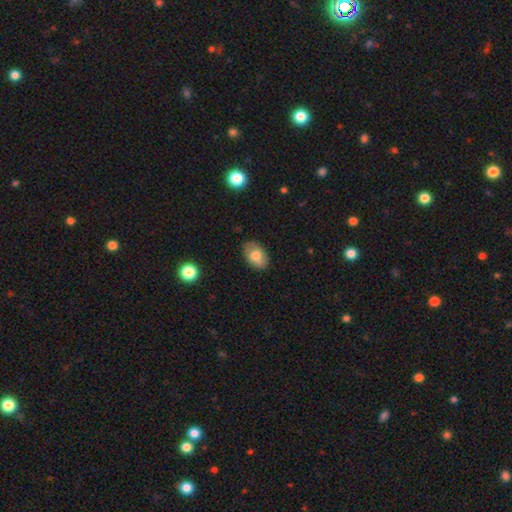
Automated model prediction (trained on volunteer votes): Overall: smooth (75%). How rounded: in between (88%). Merging: none (80%).